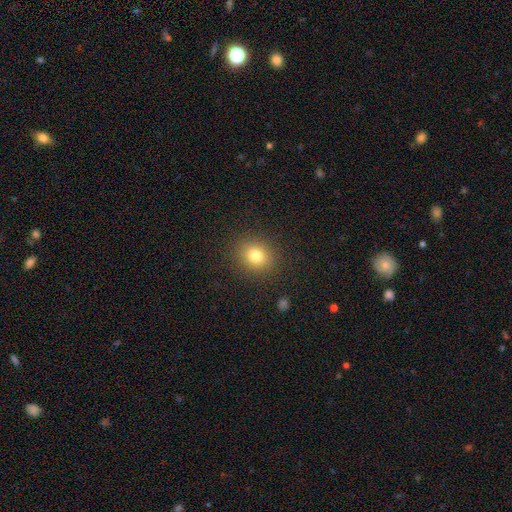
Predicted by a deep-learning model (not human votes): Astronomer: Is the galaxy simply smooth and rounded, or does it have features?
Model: smooth — 79%.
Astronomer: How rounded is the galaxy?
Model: round — 73%.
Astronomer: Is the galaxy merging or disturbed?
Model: none — 88%.